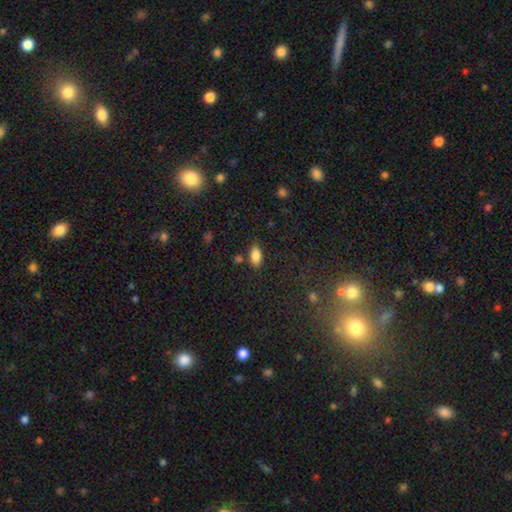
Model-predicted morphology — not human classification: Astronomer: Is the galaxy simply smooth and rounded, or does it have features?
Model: smooth — 85%.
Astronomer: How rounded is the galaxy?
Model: in between — 91%.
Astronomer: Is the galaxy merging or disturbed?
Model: none — 81%.